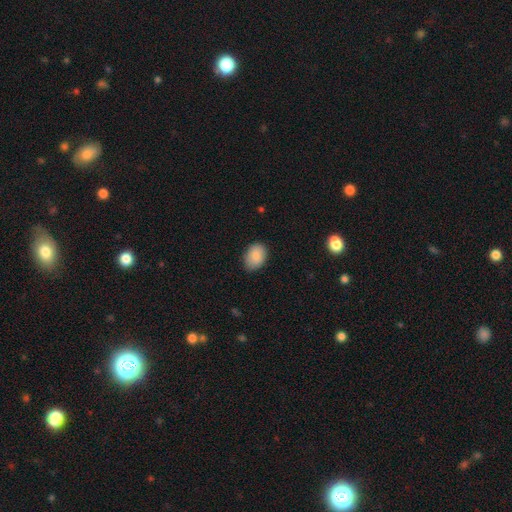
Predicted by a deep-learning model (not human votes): Smooth or featured? smooth (87%)
How rounded? in between (79%)
Merging? none (79%)